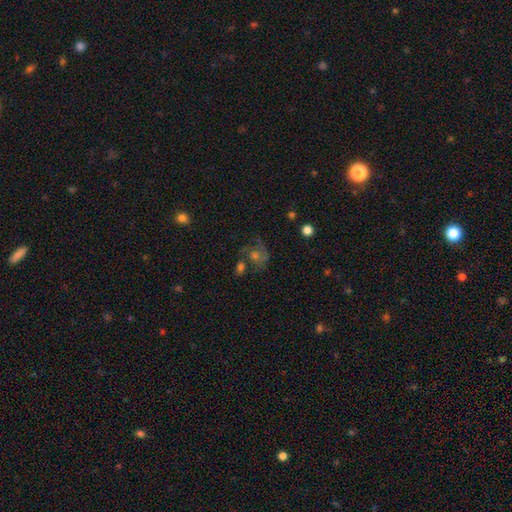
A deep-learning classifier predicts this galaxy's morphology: Smooth or featured?
  - featured or disk: 54% *
  - smooth: 26%
  - star or artifact: 20%
Edge-on disk?
  - no: 97% *
  - yes: 3%
Bar?
  - no: 80% *
  - weak: 17%
  - strong: 3%
Spiral arms?
  - yes: 73% *
  - no: 27%
Bulge size?
  - moderate: 55% *
  - small: 29%
  - large: 8%
  - none: 6%
  - dominant: 2%
Merging?
  - none: 49% *
  - major disturbance: 19%
  - minor disturbance: 18%
  - merger: 14%